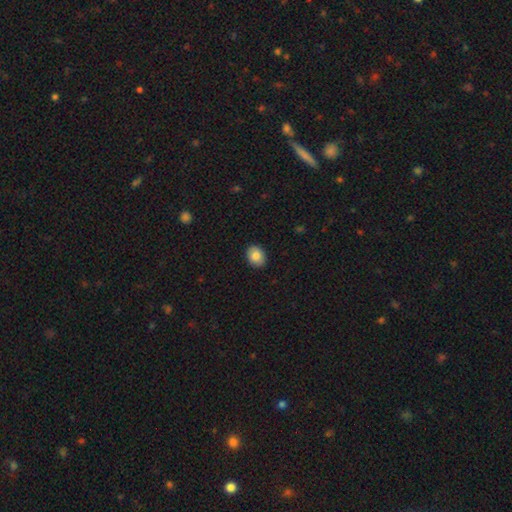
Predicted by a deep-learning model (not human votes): smooth-or-featured: smooth: 82% | featured or disk: 10% | star or artifact: 8%
  how-rounded: in between: 61% | round: 38% | cigar-shaped: 1%
  merging: none: 90% | minor disturbance: 7% | major disturbance: 2% | merger: 1%